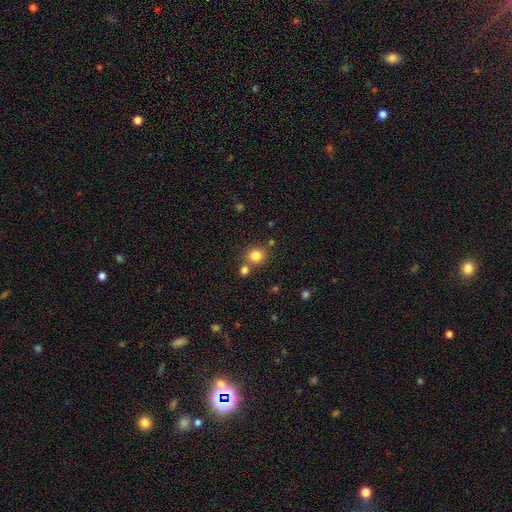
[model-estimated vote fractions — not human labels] smooth 82%, star or artifact 12%, featured or disk 6%. Down the decision tree: how rounded — round (86%); merging — none (71%).